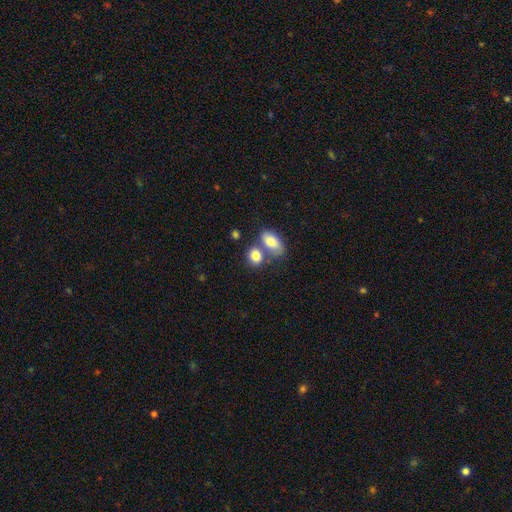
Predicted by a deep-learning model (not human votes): smooth 82%, featured or disk 10%, star or artifact 8%. Down the decision tree: how rounded — in between (59%); merging — none (44%).